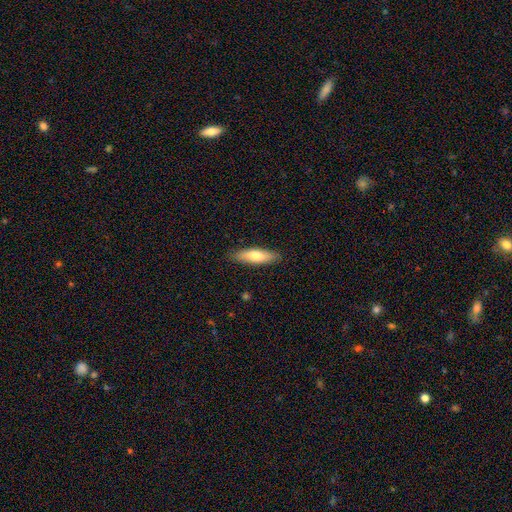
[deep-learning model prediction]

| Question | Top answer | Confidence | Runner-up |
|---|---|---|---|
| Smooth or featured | smooth | 71% | featured or disk (23%) |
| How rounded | cigar-shaped | 54% | in between (44%) |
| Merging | none | 87% | minor disturbance (10%) |